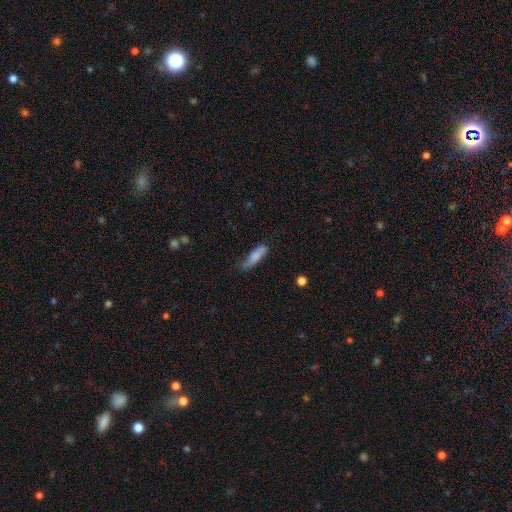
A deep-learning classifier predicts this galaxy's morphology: The model was most divided on "how rounded": cigar-shaped: 61%, in between: 37%, round: 2%. More confident: smooth or featured — smooth (74%); merging — none (62%).